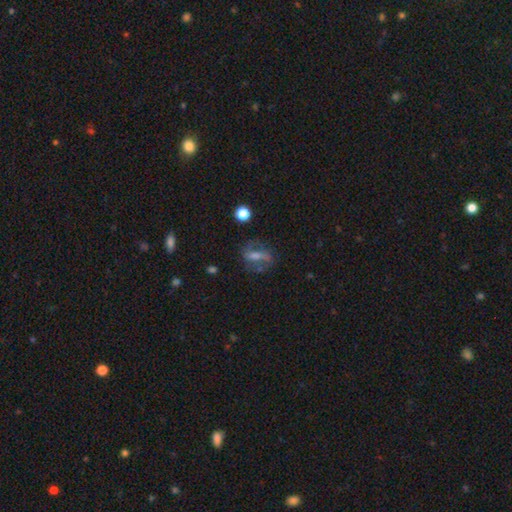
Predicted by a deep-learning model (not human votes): Smooth or featured? featured or disk (53%)
Edge-on disk? no (90%)
Merging? none (61%)